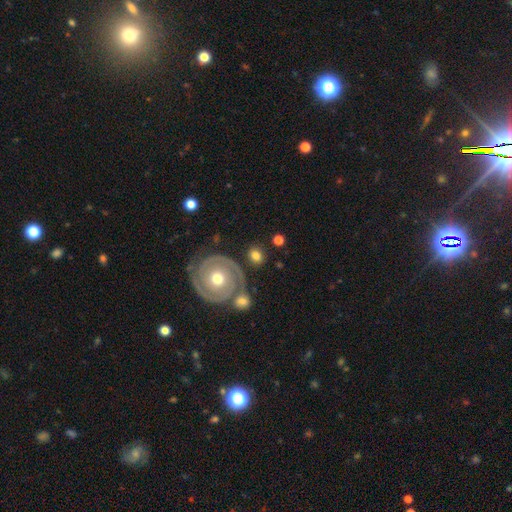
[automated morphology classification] Overall: smooth (61%; featured or disk 31%). How rounded: round (71%). Merging: none (75%).